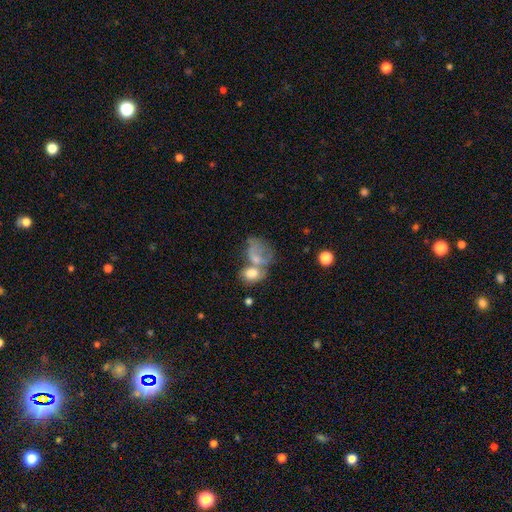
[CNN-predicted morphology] This is possibly a smooth galaxy (58%). How rounded: likely in between (69%). Merging: possibly merger (56%).